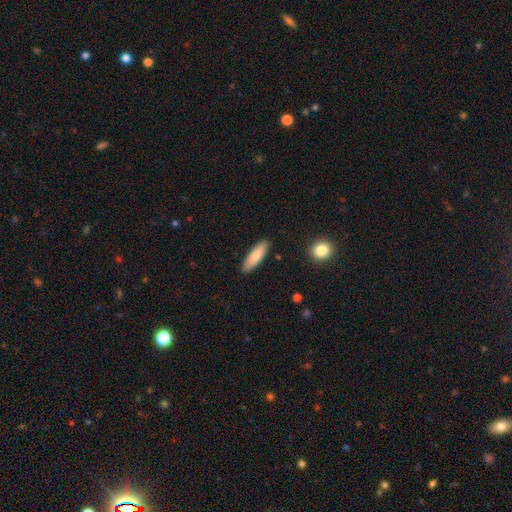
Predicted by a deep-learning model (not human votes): Smooth or featured: smooth — 79% (featured or disk — 15%)
How rounded: cigar-shaped — 55% (in between — 43%)
Merging: none — 89% (minor disturbance — 8%)